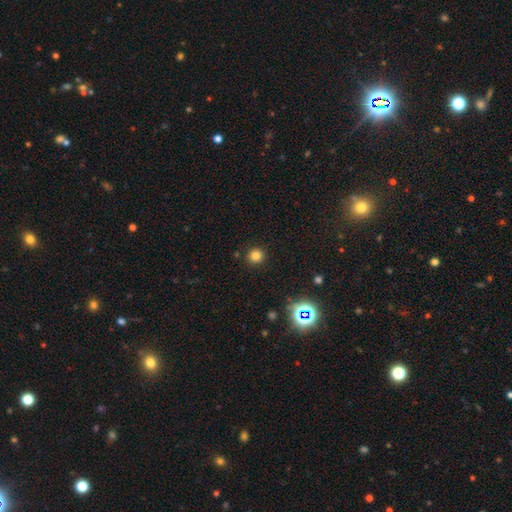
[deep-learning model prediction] Smooth or featured? smooth (79%)
How rounded? round (94%)
Merging? none (91%)